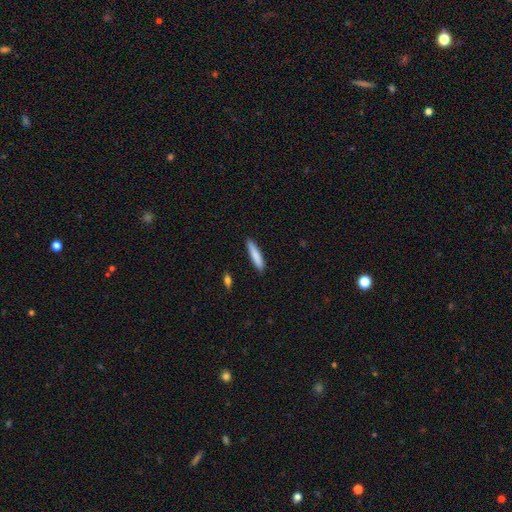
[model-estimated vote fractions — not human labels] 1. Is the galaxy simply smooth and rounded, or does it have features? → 83% smooth, 11% featured or disk, 6% star or artifact.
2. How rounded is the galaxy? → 87% cigar-shaped, 12% in between, 1% round.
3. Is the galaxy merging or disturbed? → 88% none, 9% minor disturbance, 2% major disturbance, 1% merger.